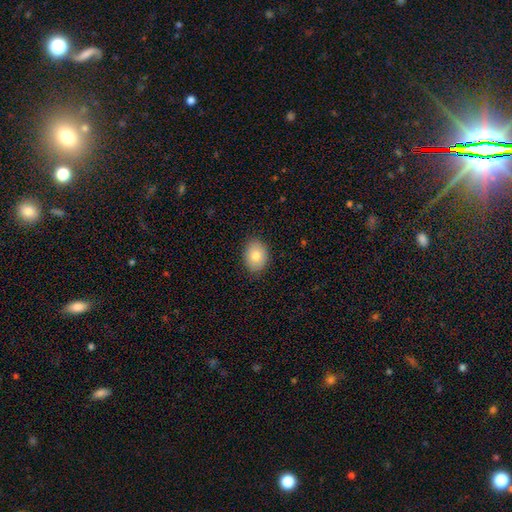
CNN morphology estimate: This is clearly a smooth galaxy (80%). How rounded: likely in between (61%). Merging: clearly none (87%).